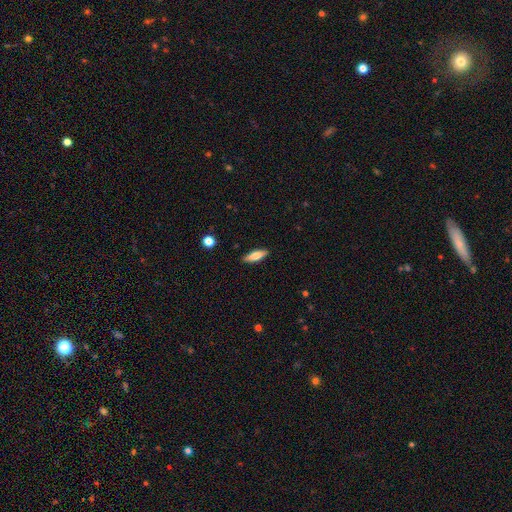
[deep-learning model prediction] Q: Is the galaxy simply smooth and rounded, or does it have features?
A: smooth — 74%.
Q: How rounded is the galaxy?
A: cigar-shaped — 52%.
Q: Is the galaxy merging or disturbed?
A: none — 87%.